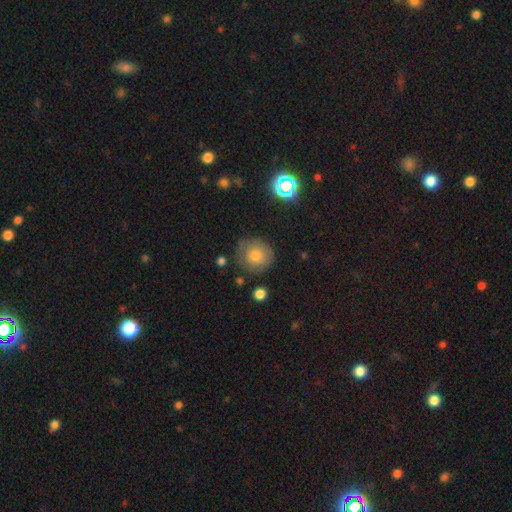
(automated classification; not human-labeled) A smooth galaxy with no disk features (72%) that is round (92%). Merging: none (77%).